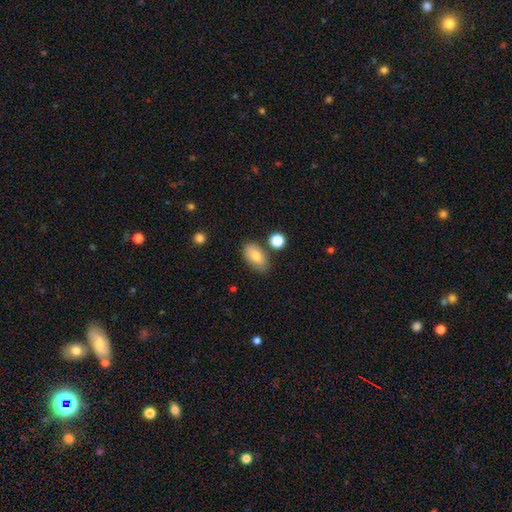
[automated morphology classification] A smooth galaxy with no disk features (81%) that is in between round and cigar-shaped (92%). Merging: none (77%).